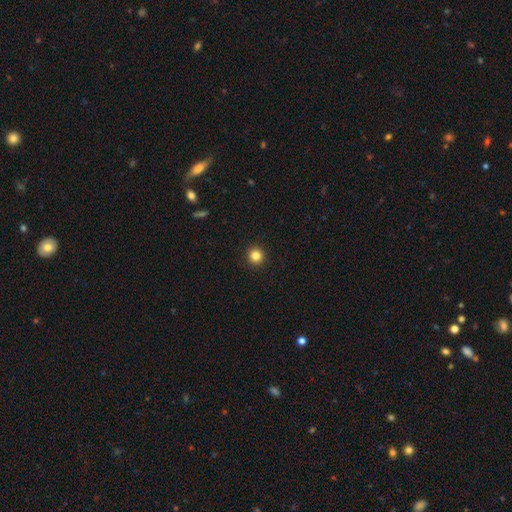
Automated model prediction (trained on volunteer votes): Smooth or featured? smooth (84%)
How rounded? round (95%)
Merging? none (93%)